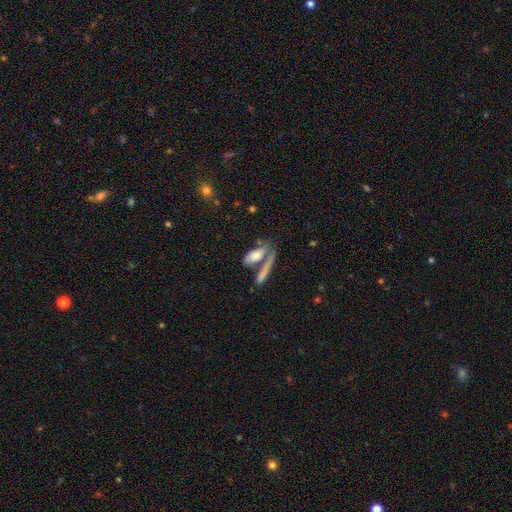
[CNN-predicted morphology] smooth_or_featured: smooth (p=0.71) [alt: featured or disk p=0.21]
how_rounded: in between (p=0.63) [alt: cigar-shaped p=0.33]
merging: merger (p=0.41) [alt: none p=0.39]